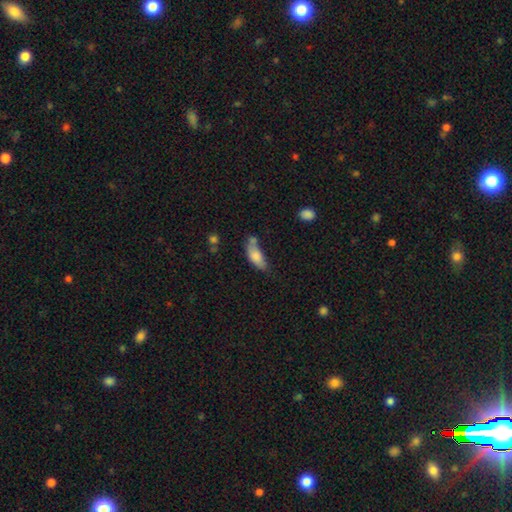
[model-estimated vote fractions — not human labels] Morphology: type=smooth (76%); roundness=in between (77%); merging=none (37%).